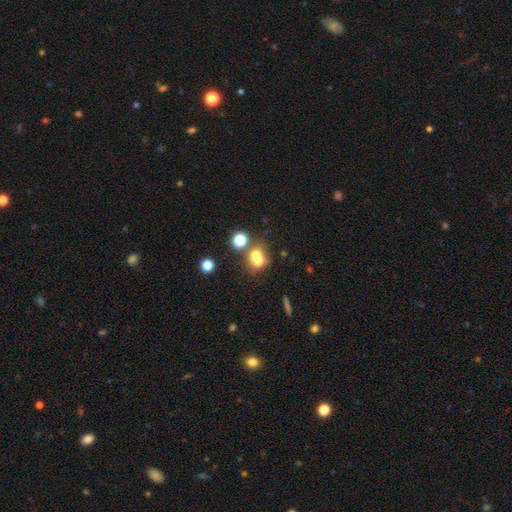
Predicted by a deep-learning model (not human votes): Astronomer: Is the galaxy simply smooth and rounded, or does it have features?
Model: smooth — 62%.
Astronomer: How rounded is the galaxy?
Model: round — 65%.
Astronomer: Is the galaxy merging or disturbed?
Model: merger — 49% (runner-up: none, 38%).